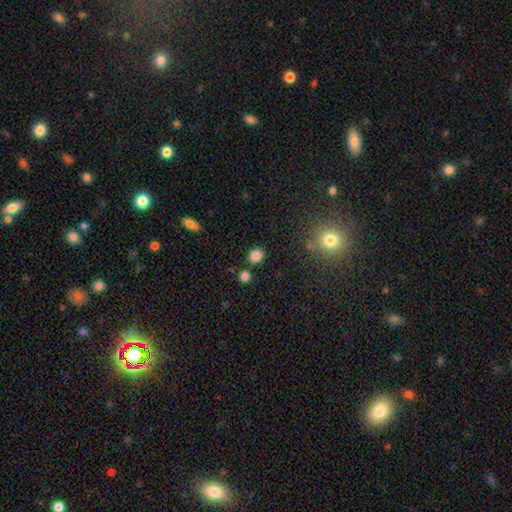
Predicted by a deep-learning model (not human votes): smooth-or-featured: smooth: 84% | star or artifact: 11% | featured or disk: 5%
  how-rounded: round: 64% | in between: 35% | cigar-shaped: 1%
  merging: none: 82% | minor disturbance: 9% | merger: 6% | major disturbance: 3%